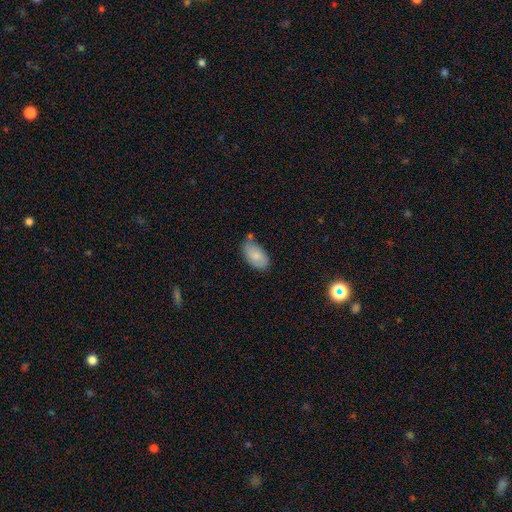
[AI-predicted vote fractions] Overall: smooth (77%). How rounded: in between (95%). Merging: none (61%; minor disturbance 26%).